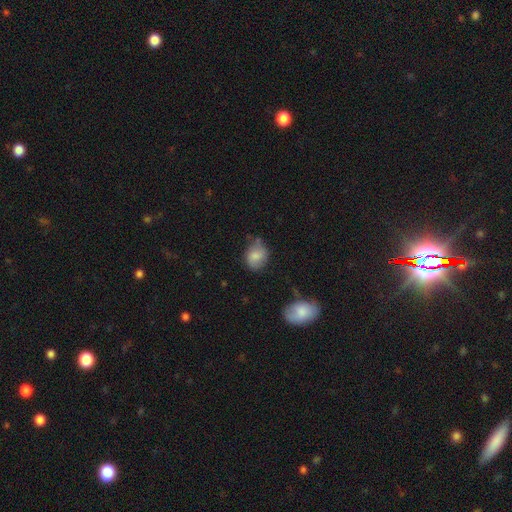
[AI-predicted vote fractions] This is likely a smooth galaxy (77%). How rounded: possibly round (50%). Merging: possibly none (58%).